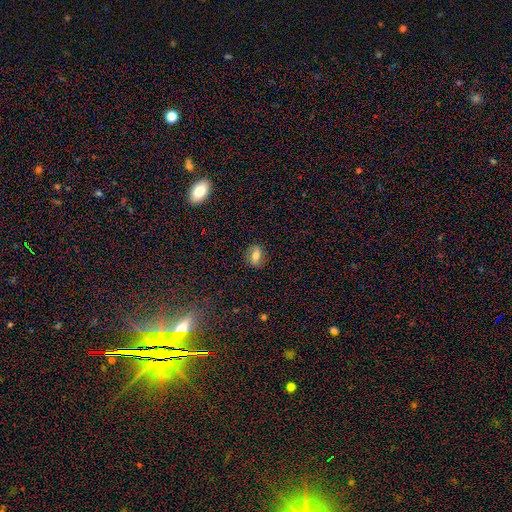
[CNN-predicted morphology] smooth 63%, featured or disk 25%, star or artifact 12%. Down the decision tree: how rounded — in between (70%); merging — none (83%).